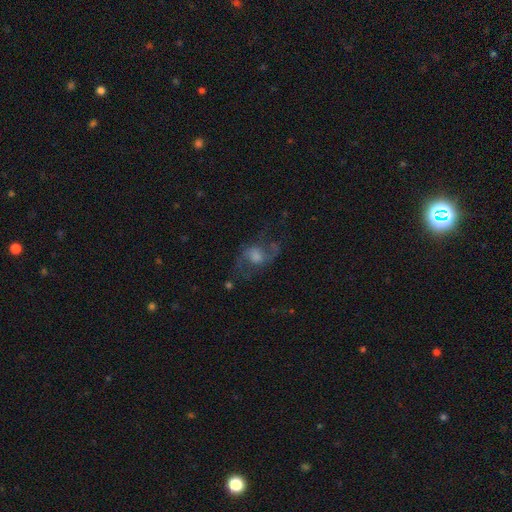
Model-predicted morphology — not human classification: This is likely a featured or disk galaxy (63%). It is clearly not viewed edge-on (94%). Bar: likely no (60%). Spiral arm pattern: clearly yes (82%). Central bulge: marginally moderate (37%). Merging: possibly none (56%).